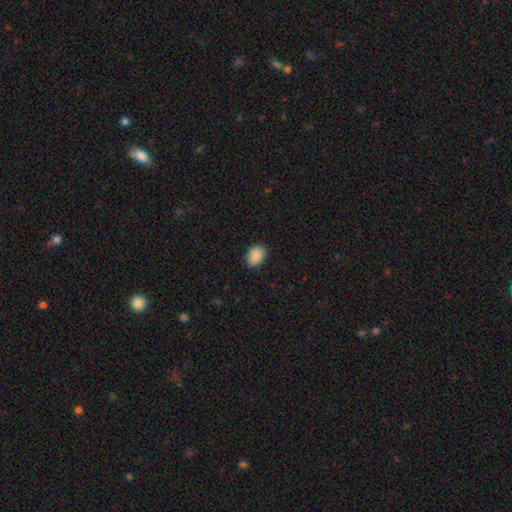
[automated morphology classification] type=smooth (89%); roundness=in between (77%); merging=none (88%).